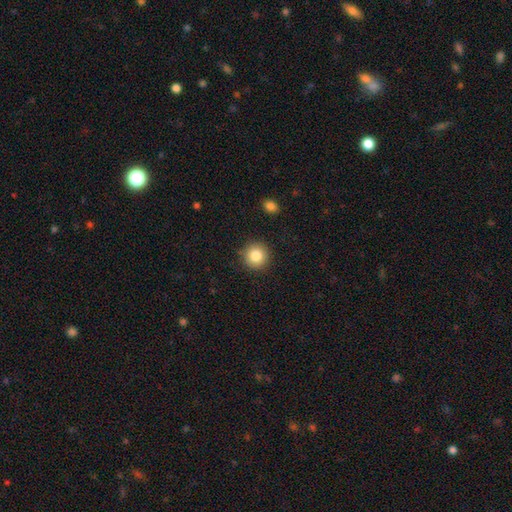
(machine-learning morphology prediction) smooth 83%, star or artifact 10%, featured or disk 7%. Down the decision tree: how rounded — round (95%); merging — none (91%).